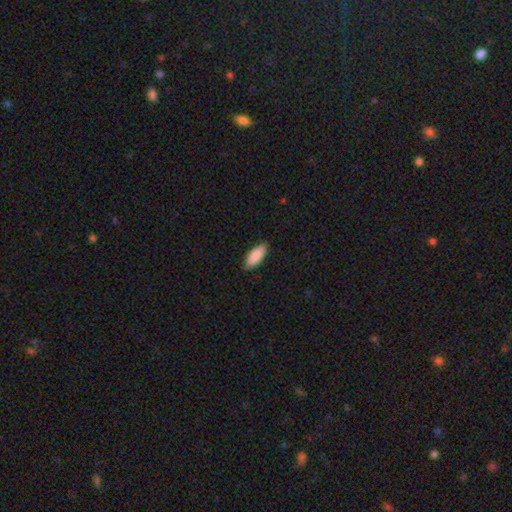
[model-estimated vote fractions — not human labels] Smooth or featured: smooth — 88% (featured or disk — 7%)
How rounded: in between — 78% (cigar-shaped — 20%)
Merging: none — 88% (minor disturbance — 9%)